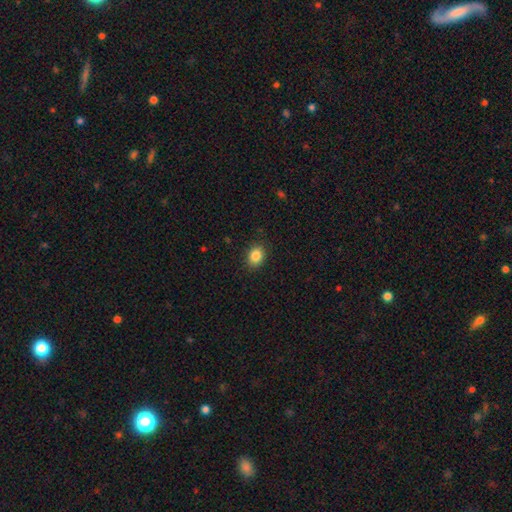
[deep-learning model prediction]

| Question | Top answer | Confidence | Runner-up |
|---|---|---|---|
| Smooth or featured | smooth | 86% | star or artifact (9%) |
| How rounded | in between | 58% | round (41%) |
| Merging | none | 88% | minor disturbance (8%) |